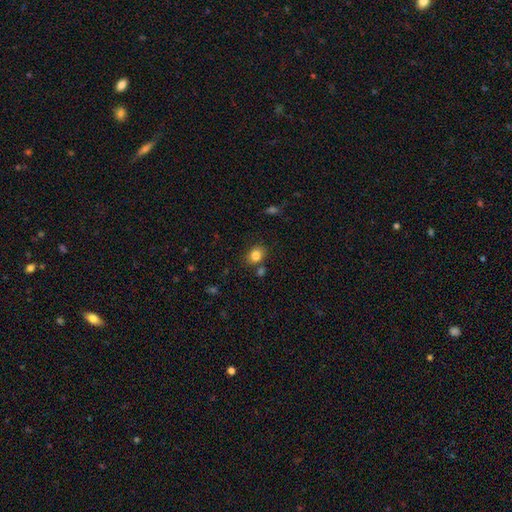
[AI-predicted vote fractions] Overall: smooth (83%). How rounded: in between (51%; round 48%). Merging: none (76%).